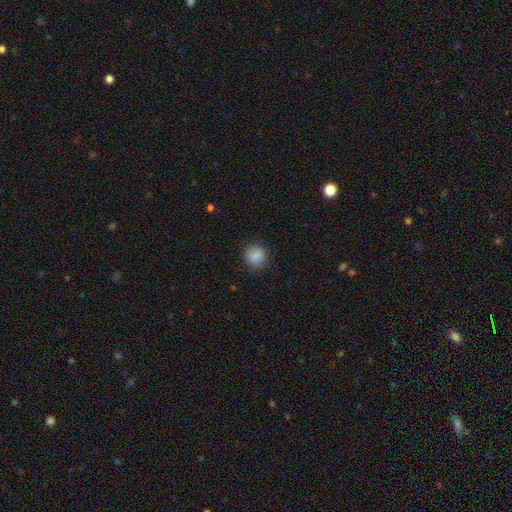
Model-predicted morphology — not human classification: The model was most divided on "how rounded": round: 85%, in between: 14%, cigar-shaped: 1%. More confident: smooth or featured — smooth (86%); merging — none (84%).